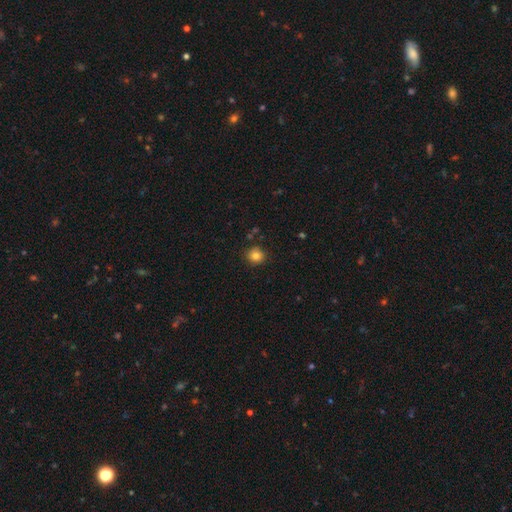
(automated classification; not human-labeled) Q: Smooth or featured?
A: smooth (82%); runner-up: star or artifact (11%)
Q: How rounded?
A: round (87%); runner-up: in between (12%)
Q: Merging?
A: none (86%); runner-up: minor disturbance (9%)